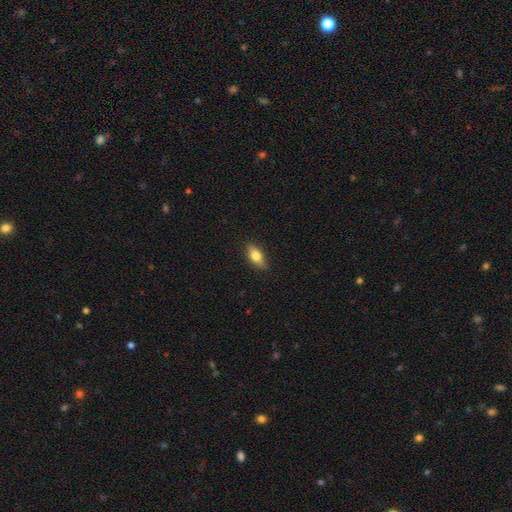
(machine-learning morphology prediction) smooth_or_featured: smooth (p=0.71) [alt: featured or disk p=0.21]
how_rounded: in between (p=0.79) [alt: cigar-shaped p=0.16]
merging: none (p=0.83) [alt: minor disturbance p=0.14]